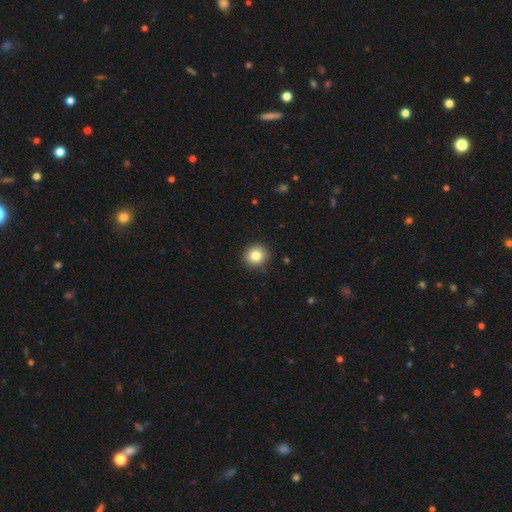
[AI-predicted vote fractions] smooth-or-featured: smooth: 83% | star or artifact: 10% | featured or disk: 7%
  how-rounded: round: 88% | in between: 12% | cigar-shaped: 1%
  merging: none: 90% | minor disturbance: 7% | major disturbance: 2% | merger: 1%